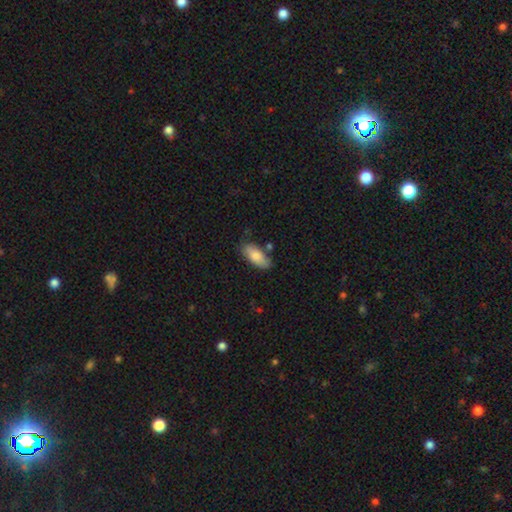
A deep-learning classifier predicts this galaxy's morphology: smooth-or-featured: smooth: 81% | featured or disk: 13% | star or artifact: 6%
  how-rounded: in between: 85% | cigar-shaped: 12% | round: 2%
  merging: none: 73% | minor disturbance: 18% | merger: 5% | major disturbance: 4%